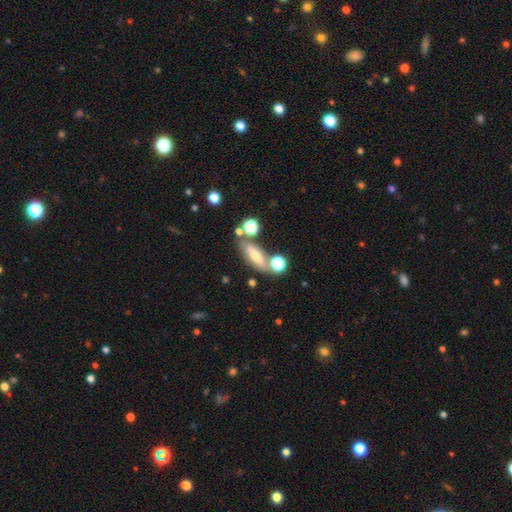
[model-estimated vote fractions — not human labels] Smooth or featured: smooth — 46% (featured or disk — 42%)
Merging: none — 63% (minor disturbance — 15%)